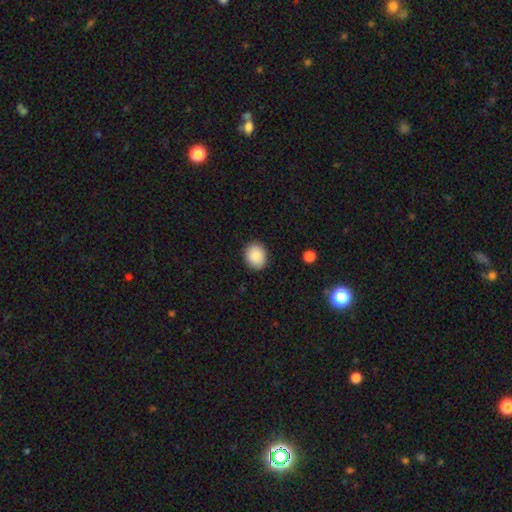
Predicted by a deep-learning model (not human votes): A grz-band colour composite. It shows a smooth galaxy with no disk features (88%) that is round (59%). Merging: none (89%).